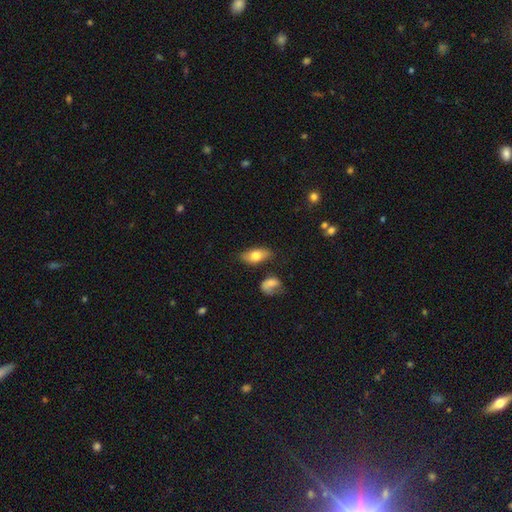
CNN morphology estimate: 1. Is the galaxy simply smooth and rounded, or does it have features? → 75% smooth, 18% featured or disk, 7% star or artifact.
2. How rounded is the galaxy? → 88% in between, 6% cigar-shaped, 5% round.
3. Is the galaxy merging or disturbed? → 75% none, 16% minor disturbance, 5% merger, 4% major disturbance.